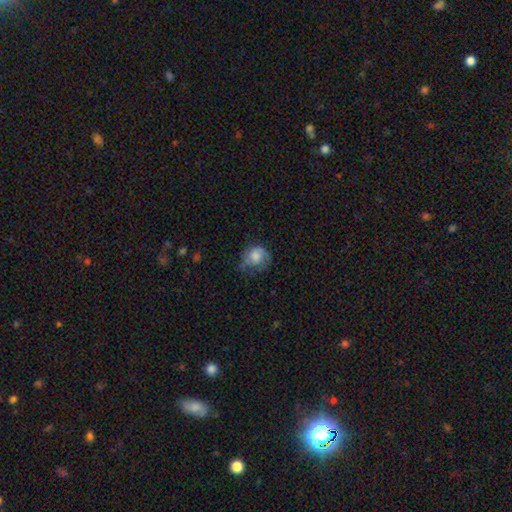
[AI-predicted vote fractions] This appears to be a smooth galaxy with no disk features (60%) that is round (66%). Merging: none (45%).